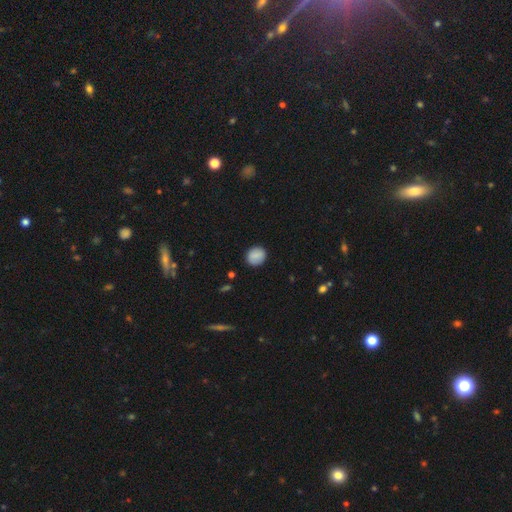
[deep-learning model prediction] This appears to be a smooth galaxy with no disk features (87%) that is round (80%). Merging: none (88%).